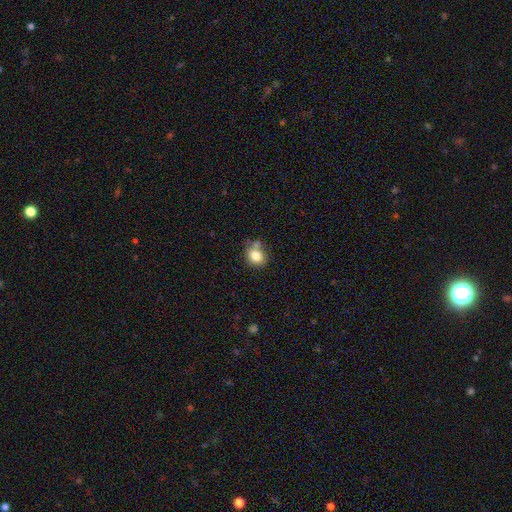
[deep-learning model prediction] smooth_or_featured: smooth (p=0.80) [alt: star or artifact p=0.10]
how_rounded: round (p=0.62) [alt: in between p=0.37]
merging: none (p=0.56) [alt: minor disturbance p=0.23]